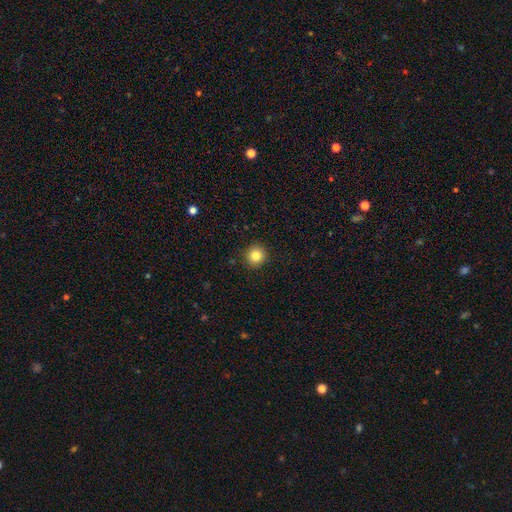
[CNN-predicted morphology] Q: Smooth or featured?
A: smooth (83%); runner-up: star or artifact (11%)
Q: How rounded?
A: round (93%); runner-up: in between (6%)
Q: Merging?
A: none (92%); runner-up: minor disturbance (6%)